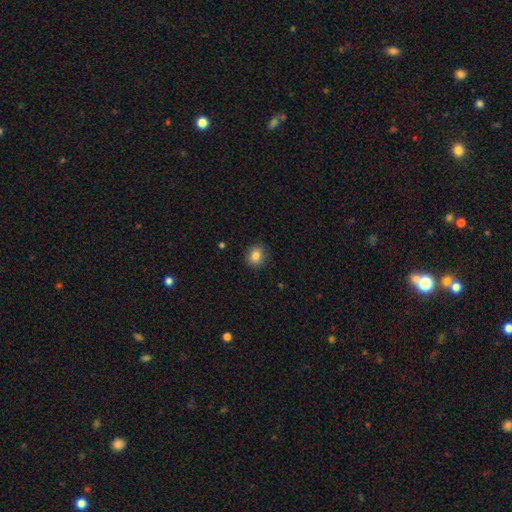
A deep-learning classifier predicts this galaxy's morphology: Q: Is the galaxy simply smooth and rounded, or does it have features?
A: smooth — 84%.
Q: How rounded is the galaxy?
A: round — 79%.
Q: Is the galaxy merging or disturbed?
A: none — 88%.